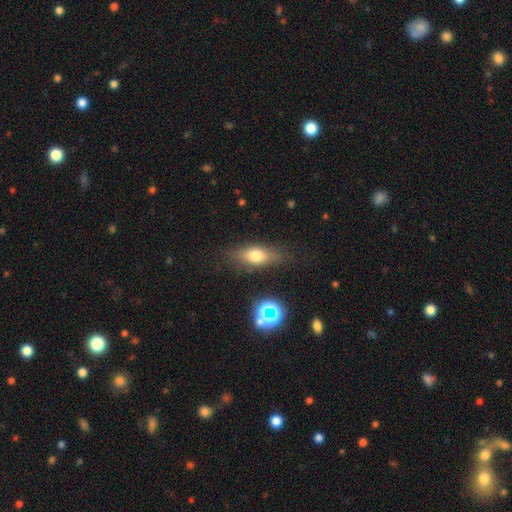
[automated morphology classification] type=smooth (63%); roundness=in between (66%); merging=none (79%).